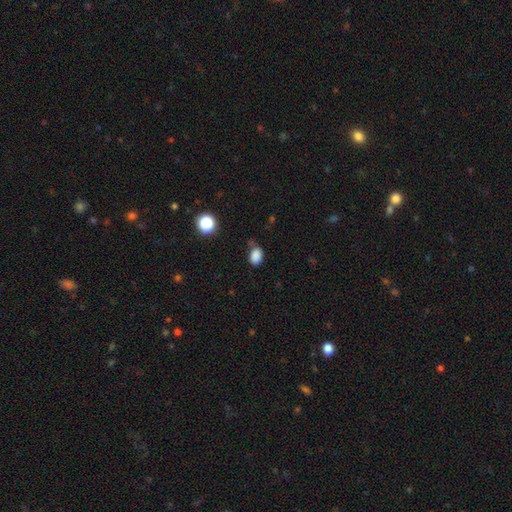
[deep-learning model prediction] smooth 85%, star or artifact 11%, featured or disk 4%. Down the decision tree: how rounded — in between (72%); merging — none (66%).